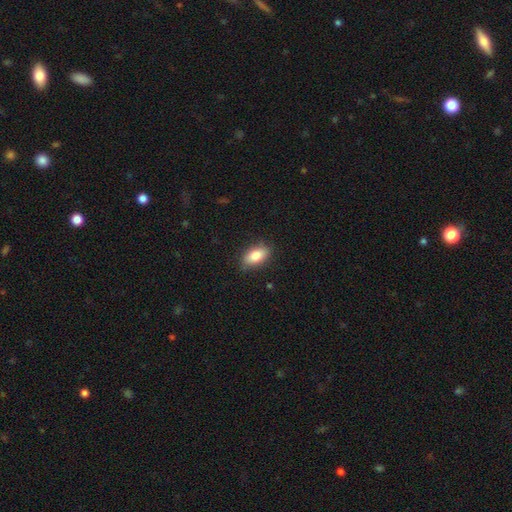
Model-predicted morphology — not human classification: A smooth galaxy with no disk features (81%) that is in between round and cigar-shaped (89%).

Vote fractions:
- Smooth or featured? smooth: 81% / featured or disk: 12% / star or artifact: 7%
- How rounded? in between: 89% / cigar-shaped: 6% / round: 5%
- Merging? none: 82% / minor disturbance: 14% / major disturbance: 3% / merger: 1%